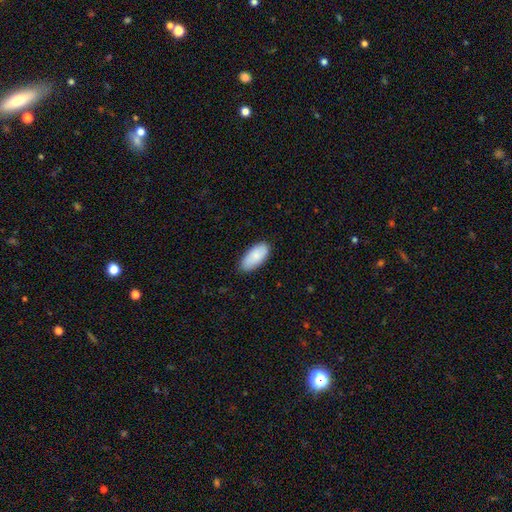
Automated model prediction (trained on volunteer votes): smooth 85%, featured or disk 10%, star or artifact 6%. Down the decision tree: how rounded — in between (93%); merging — none (84%).